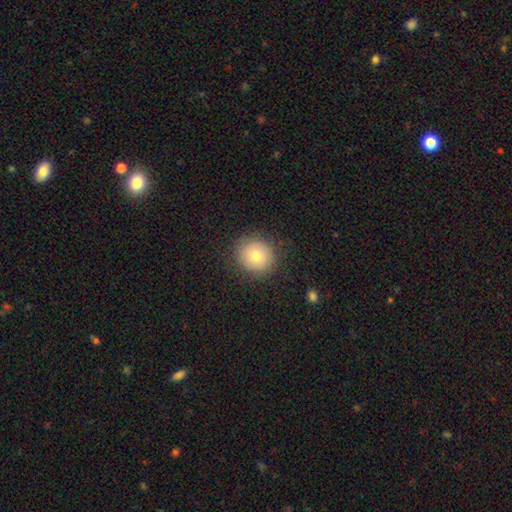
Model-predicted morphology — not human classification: Smooth or featured? smooth (75%)
How rounded? round (90%)
Merging? none (87%)